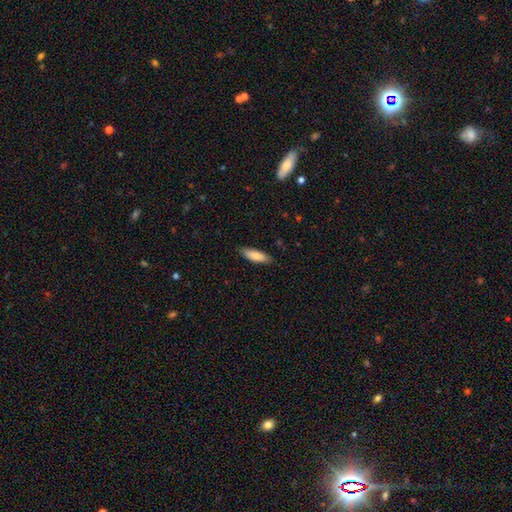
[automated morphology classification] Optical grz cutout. It shows a smooth galaxy with no disk features (84%) that is in between round and cigar-shaped (52%). Merging: none (86%).